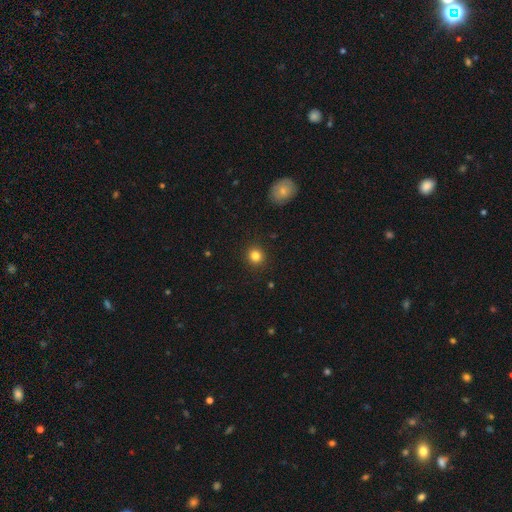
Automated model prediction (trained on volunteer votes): This appears to be a smooth galaxy with no disk features (83%) that is round (89%). Merging: none (91%).